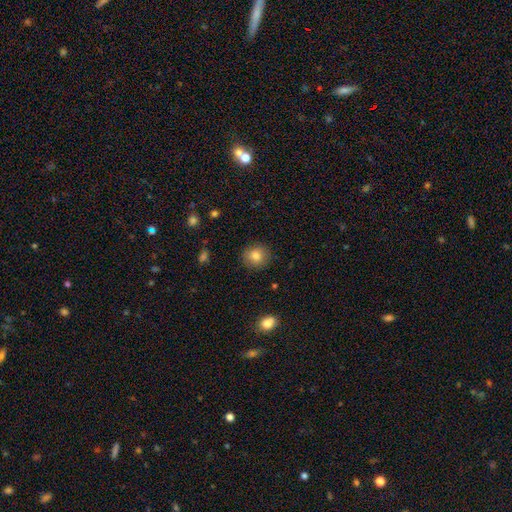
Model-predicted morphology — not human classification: This is clearly a smooth galaxy (81%). How rounded: clearly round (85%). Merging: clearly none (88%).